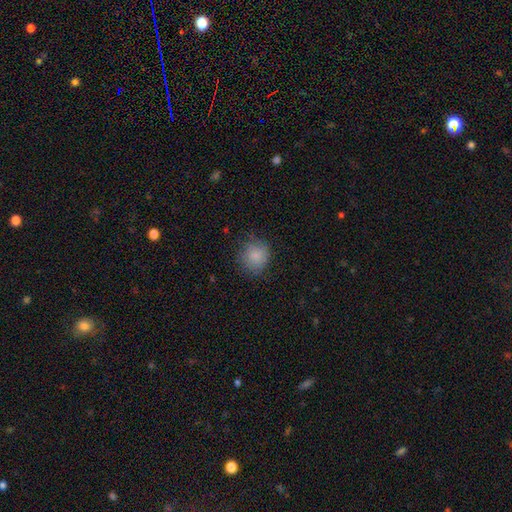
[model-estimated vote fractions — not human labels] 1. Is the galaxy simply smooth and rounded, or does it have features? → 82% smooth, 9% star or artifact, 9% featured or disk.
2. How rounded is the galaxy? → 85% round, 14% in between, 1% cigar-shaped.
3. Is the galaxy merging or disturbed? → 72% none, 20% minor disturbance, 7% major disturbance, 1% merger.